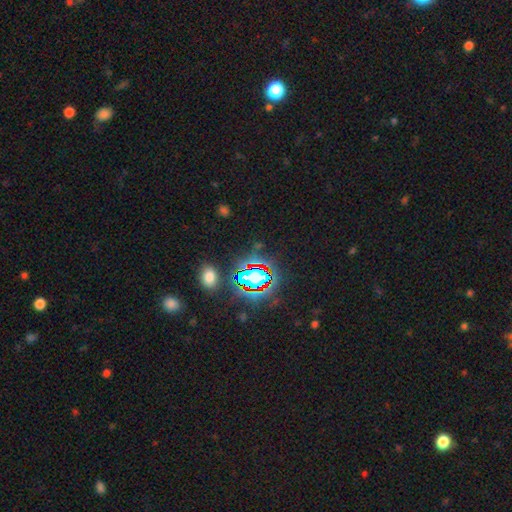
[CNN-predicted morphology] star or artifact 81%, smooth 12%, featured or disk 8%.